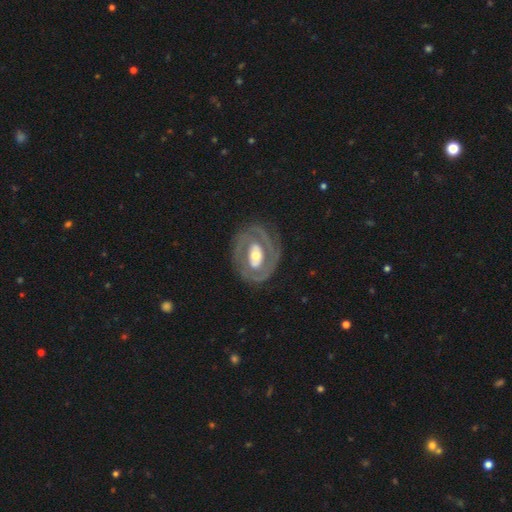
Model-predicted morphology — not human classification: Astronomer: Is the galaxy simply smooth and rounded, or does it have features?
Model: featured or disk — 79%.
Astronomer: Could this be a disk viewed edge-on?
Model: no — 95%.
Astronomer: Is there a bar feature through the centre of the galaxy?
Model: no — 52% (runner-up: weak, 27%).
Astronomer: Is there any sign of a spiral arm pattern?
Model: yes — 63%.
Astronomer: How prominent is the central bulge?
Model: moderate — 63%.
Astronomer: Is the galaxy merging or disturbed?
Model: none — 70%.